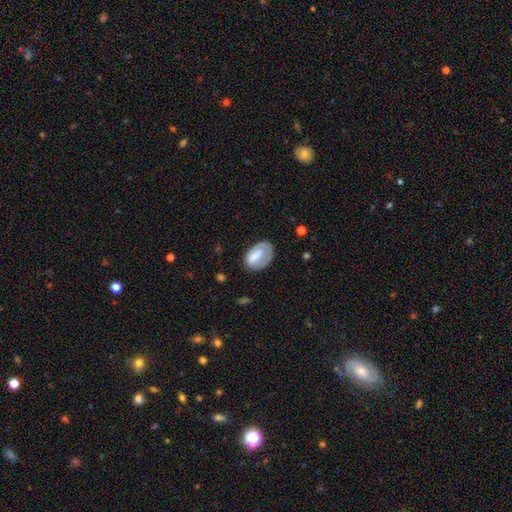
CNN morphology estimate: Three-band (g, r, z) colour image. It shows a smooth galaxy with no disk features (65%) that is in between round and cigar-shaped (87%). Merging: none (54%).